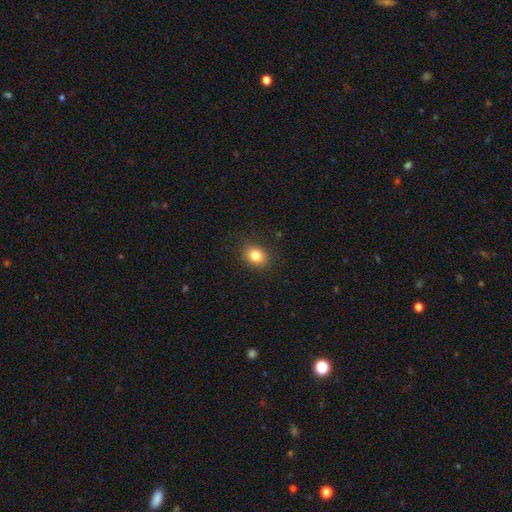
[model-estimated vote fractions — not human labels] Smooth or featured? smooth (82%)
How rounded? in between (53%)
Merging? none (87%)